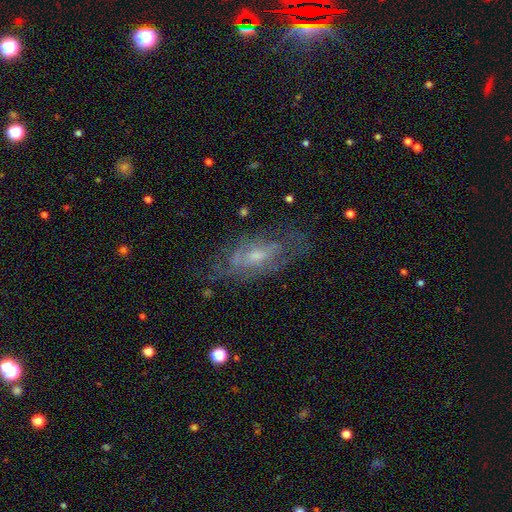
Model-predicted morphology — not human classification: Smooth or featured: featured or disk — 69% (smooth — 22%)
Edge-on disk: no — 88% (yes — 12%)
Bar: no — 60% (weak — 34%)
Spiral arms: yes — 68% (no — 32%)
Bulge size: small — 50% (moderate — 40%)
Merging: none — 64% (minor disturbance — 22%)